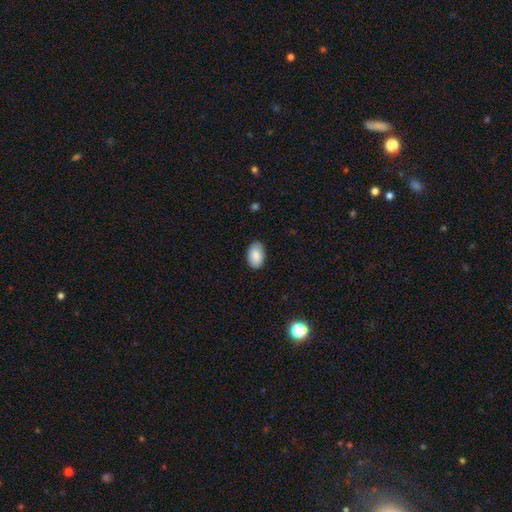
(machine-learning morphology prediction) Smooth or featured: smooth — 87% (star or artifact — 7%)
How rounded: in between — 92% (round — 7%)
Merging: none — 84% (minor disturbance — 12%)